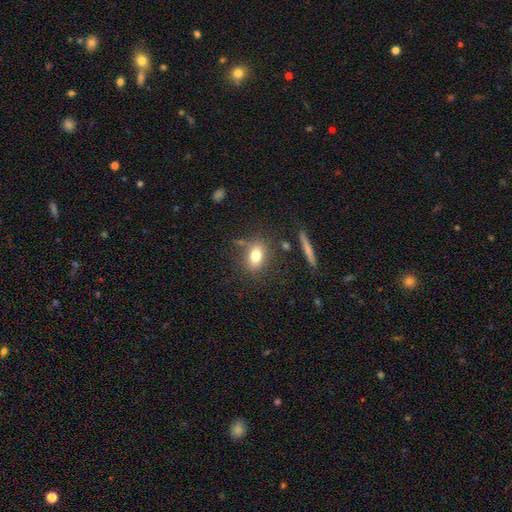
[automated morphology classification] This appears to be a smooth galaxy with no disk features (76%) that is in between round and cigar-shaped (77%). Merging: none (71%).